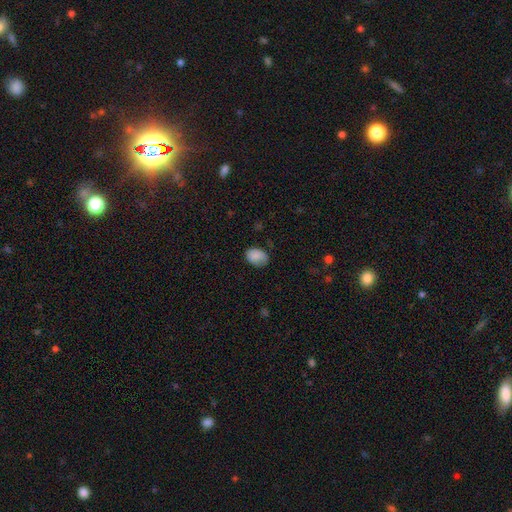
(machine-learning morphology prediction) Smooth or featured?
  - smooth: 85% *
  - star or artifact: 8%
  - featured or disk: 7%
How rounded?
  - in between: 73% *
  - round: 26%
  - cigar-shaped: 1%
Merging?
  - none: 65% *
  - minor disturbance: 27%
  - major disturbance: 6%
  - merger: 1%